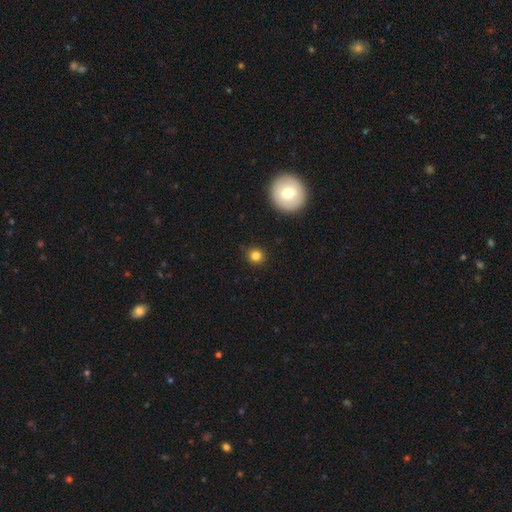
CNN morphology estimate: Smooth or featured?
  - smooth: 82% *
  - star or artifact: 13%
  - featured or disk: 5%
How rounded?
  - round: 93% *
  - in between: 6%
  - cigar-shaped: 1%
Merging?
  - none: 89% *
  - minor disturbance: 7%
  - major disturbance: 2%
  - merger: 2%